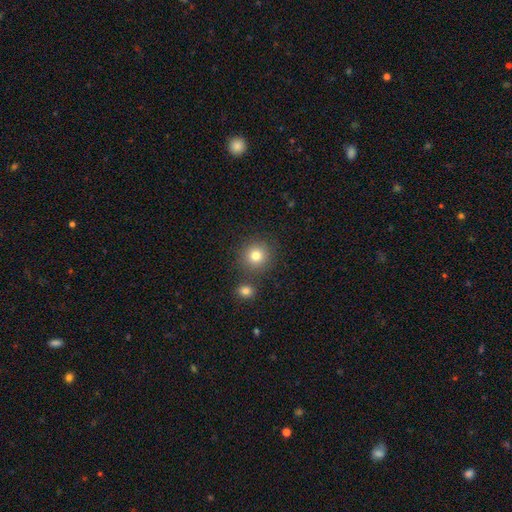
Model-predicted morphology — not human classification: This is clearly a smooth galaxy (81%). How rounded: clearly round (92%). Merging: clearly none (81%).